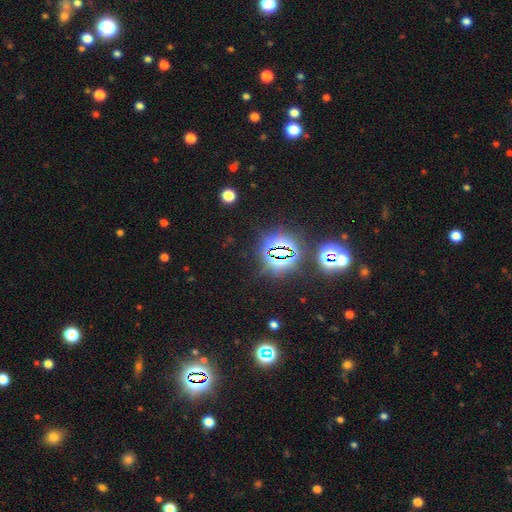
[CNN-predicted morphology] Smooth or featured? Predicted: star or artifact (p=0.80).